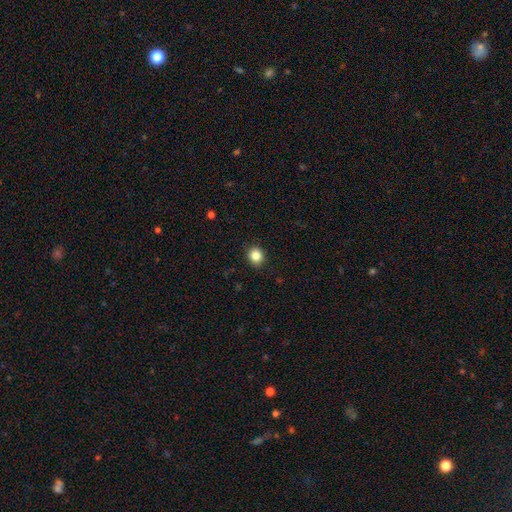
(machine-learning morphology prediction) The model was most divided on "how rounded": round: 79%, in between: 20%, cigar-shaped: 1%. More confident: merging — none (90%); smooth or featured — smooth (85%).